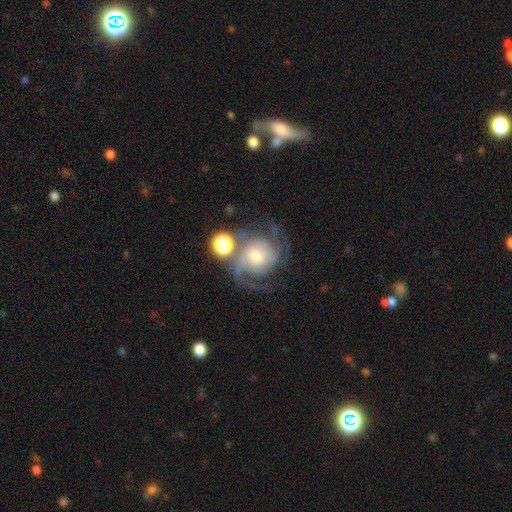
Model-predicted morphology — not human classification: Overall: featured or disk (82%). Edge-on disk: no (98%). Bar: no (62%; weak 31%). Spiral arms: yes (96%). Spiral arm count: 2 (47%; 3 22%). Spiral winding: medium (47%; tight 35%). Bulge size: moderate (46%; small 39%). Merging: none (56%).